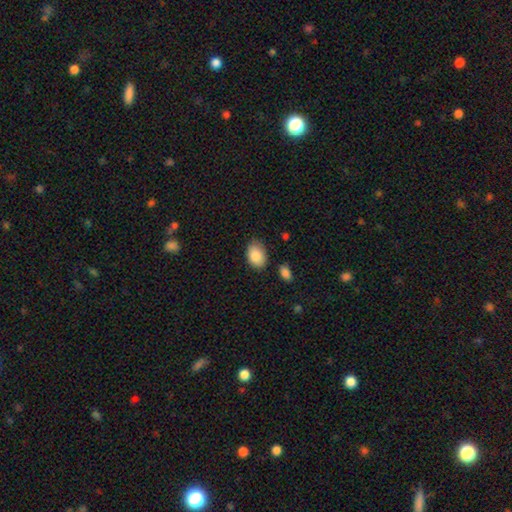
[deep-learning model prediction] Morphology: type=smooth (87%); roundness=in between (85%); merging=none (77%).